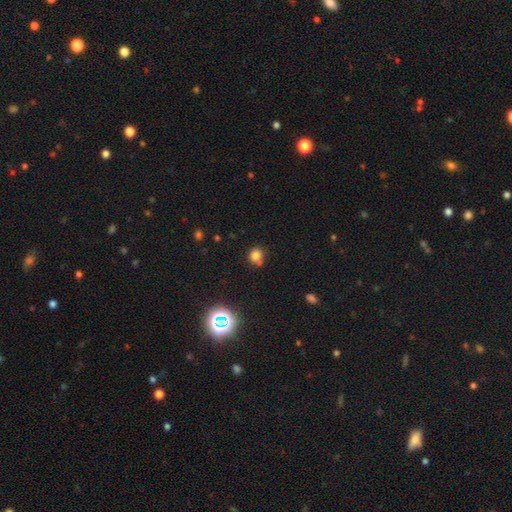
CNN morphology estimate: smooth-or-featured: smooth: 75% | star or artifact: 18% | featured or disk: 7%
  how-rounded: round: 83% | in between: 16% | cigar-shaped: 1%
  merging: none: 63% | minor disturbance: 16% | merger: 16% | major disturbance: 5%